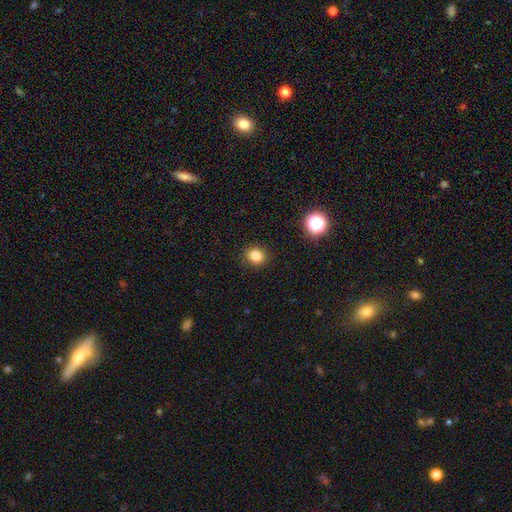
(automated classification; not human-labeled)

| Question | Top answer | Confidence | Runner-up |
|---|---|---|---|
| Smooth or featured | smooth | 83% | star or artifact (13%) |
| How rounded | round | 78% | in between (21%) |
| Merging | none | 90% | minor disturbance (6%) |